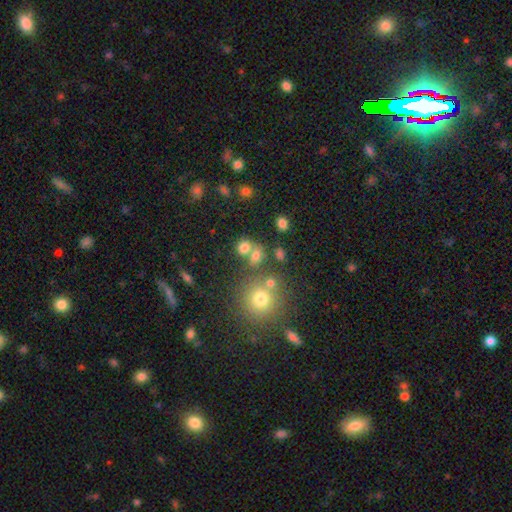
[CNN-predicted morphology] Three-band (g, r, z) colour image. It shows a smooth galaxy with no disk features (69%) that is round (62%). Merging: none (49%).